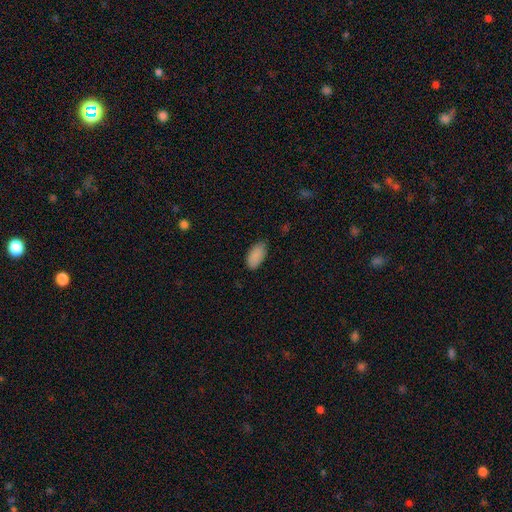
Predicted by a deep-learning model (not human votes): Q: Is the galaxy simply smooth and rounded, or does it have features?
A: smooth — 89%.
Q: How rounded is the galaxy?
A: in between — 94%.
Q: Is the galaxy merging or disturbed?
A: none — 79%.